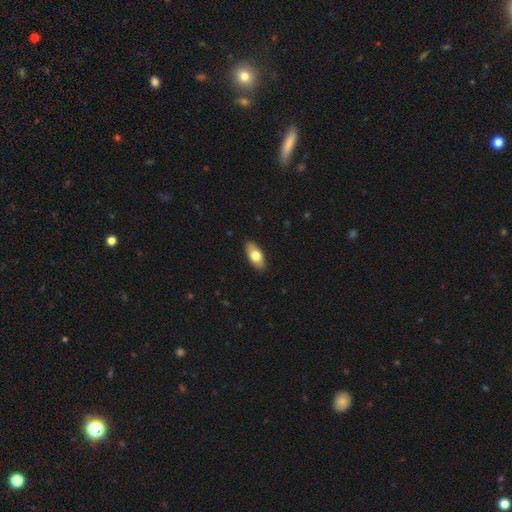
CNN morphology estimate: A smooth galaxy with no disk features (74%) that is in between round and cigar-shaped (89%).

Vote fractions:
- Smooth or featured? smooth: 74% / featured or disk: 20% / star or artifact: 6%
- How rounded? in between: 89% / cigar-shaped: 8% / round: 3%
- Merging? none: 88% / minor disturbance: 9% / major disturbance: 2% / merger: 1%